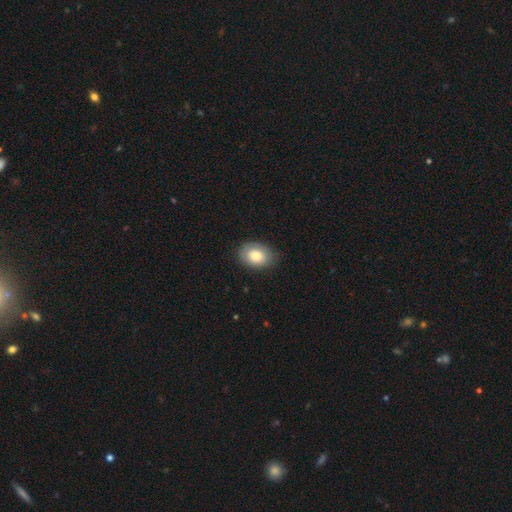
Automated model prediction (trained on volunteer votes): Smooth or featured? Predicted: smooth (p=0.78). How rounded? Predicted: in between (p=0.74). Merging? Predicted: none (p=0.78).